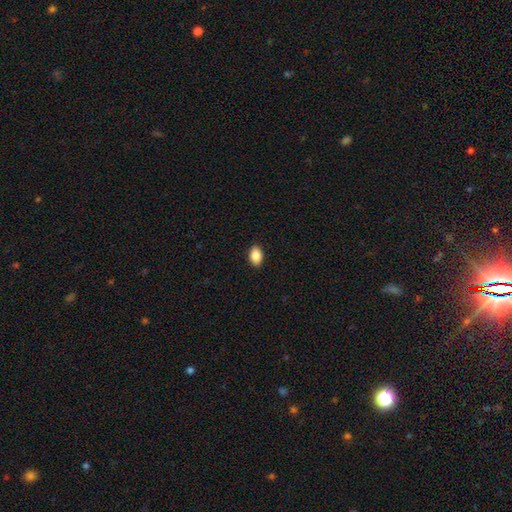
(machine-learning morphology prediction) Smooth or featured?
  - smooth: 88% *
  - star or artifact: 8%
  - featured or disk: 4%
How rounded?
  - in between: 86% *
  - round: 12%
  - cigar-shaped: 1%
Merging?
  - none: 90% *
  - minor disturbance: 7%
  - major disturbance: 2%
  - merger: 1%